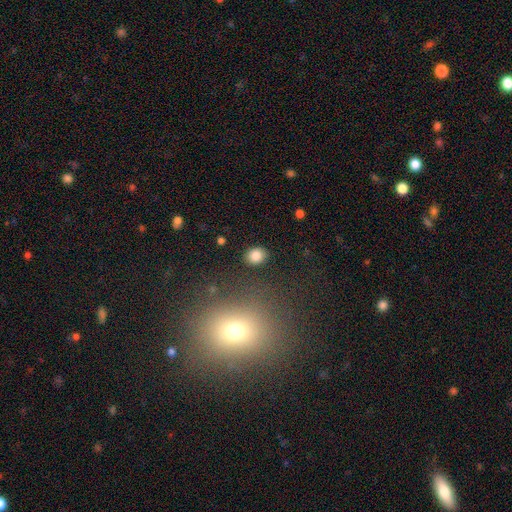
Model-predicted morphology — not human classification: type=smooth (84%); roundness=round (51%); merging=none (88%).